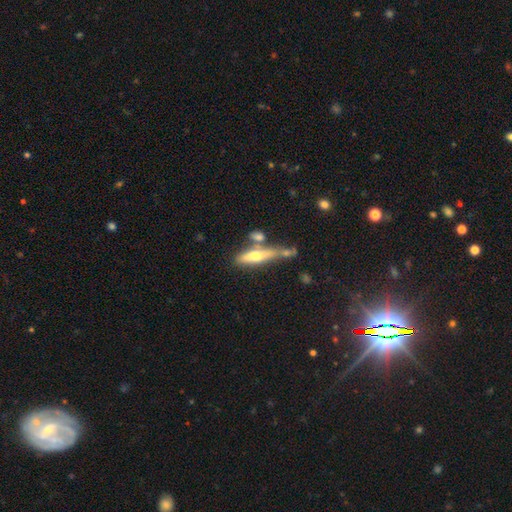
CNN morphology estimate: A smooth galaxy with no disk features (50%). Merging: none (46%).